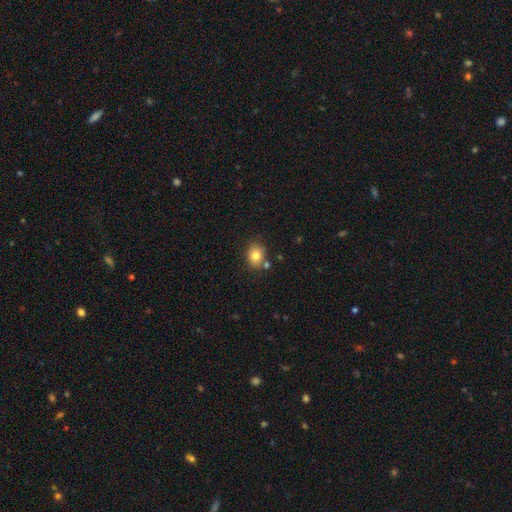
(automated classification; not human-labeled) Smooth or featured?
  - smooth: 80% *
  - star or artifact: 11%
  - featured or disk: 9%
How rounded?
  - round: 56% *
  - in between: 43%
  - cigar-shaped: 1%
Merging?
  - none: 76% *
  - minor disturbance: 12%
  - merger: 9%
  - major disturbance: 3%